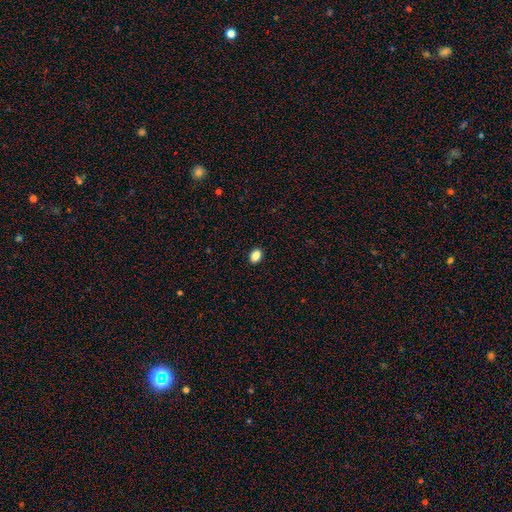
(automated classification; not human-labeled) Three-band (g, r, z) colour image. It shows a smooth galaxy with no disk features (88%) that is in between round and cigar-shaped (73%). Merging: none (91%).